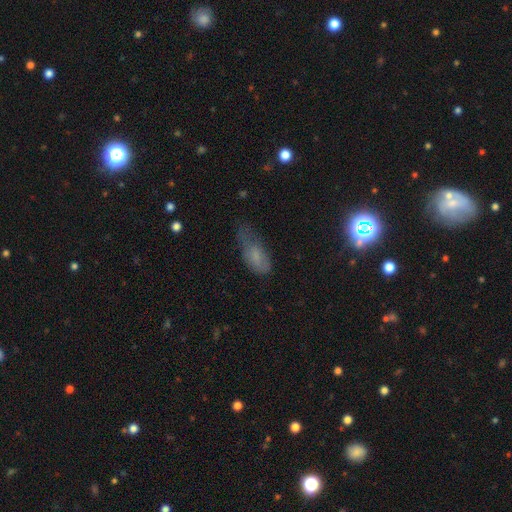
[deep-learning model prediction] Morphology: type=smooth (67%); roundness=in between (80%); merging=minor disturbance (38%).